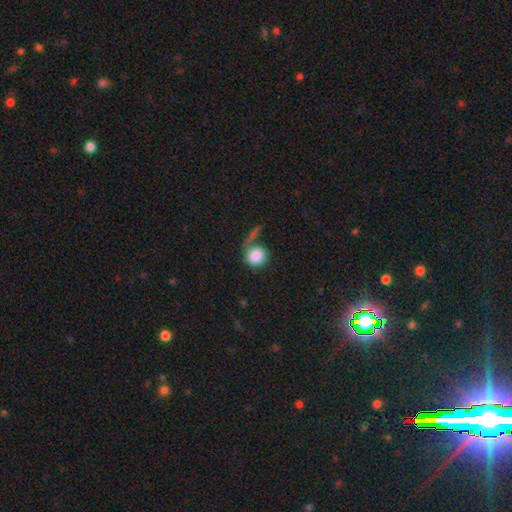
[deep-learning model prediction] Smooth or featured? smooth (80%)
How rounded? round (80%)
Merging? none (40%)